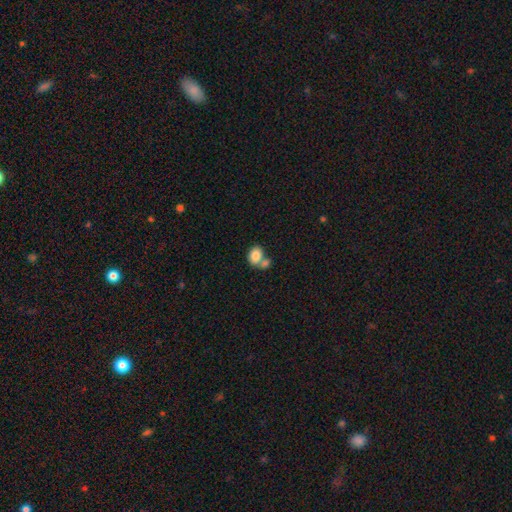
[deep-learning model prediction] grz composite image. It shows a smooth galaxy with no disk features (83%) that is in between round and cigar-shaped (64%). Merging: merger (49%).